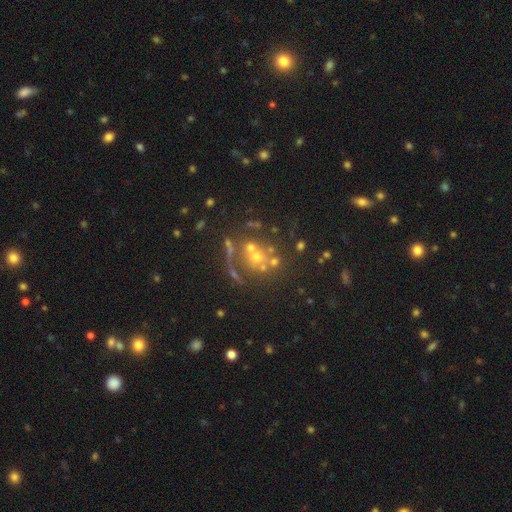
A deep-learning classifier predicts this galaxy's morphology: smooth_or_featured: featured or disk (p=0.40) [alt: smooth p=0.30]
merging: none (p=0.47) [alt: merger p=0.25]